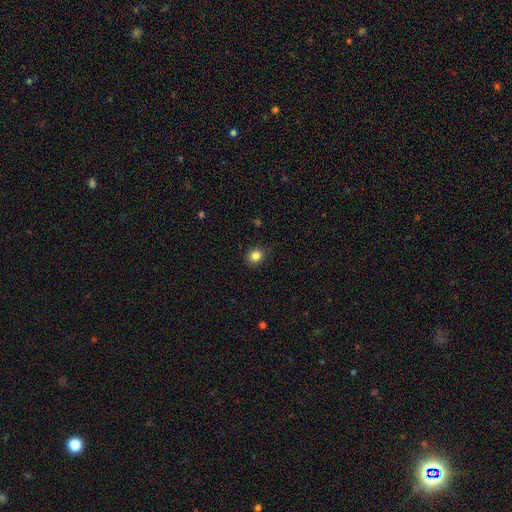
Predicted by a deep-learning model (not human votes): Smooth or featured? smooth (84%)
How rounded? round (84%)
Merging? none (89%)